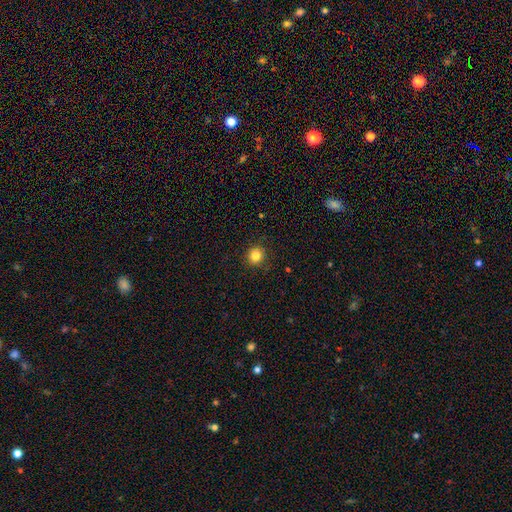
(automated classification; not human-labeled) This appears to be a smooth galaxy with no disk features (84%) that is round (93%). Merging: none (91%).